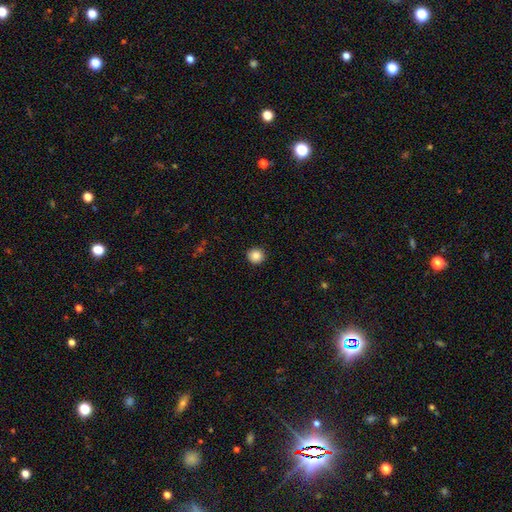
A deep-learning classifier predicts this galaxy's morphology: Smooth or featured?
  - smooth: 87% *
  - star or artifact: 10%
  - featured or disk: 3%
How rounded?
  - round: 93% *
  - in between: 6%
  - cigar-shaped: 1%
Merging?
  - none: 93% *
  - minor disturbance: 5%
  - major disturbance: 2%
  - merger: 1%